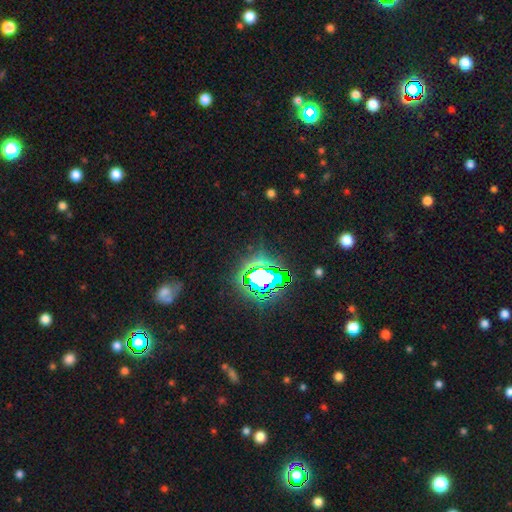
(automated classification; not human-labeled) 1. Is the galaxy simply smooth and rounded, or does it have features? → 83% star or artifact, 11% smooth, 7% featured or disk.